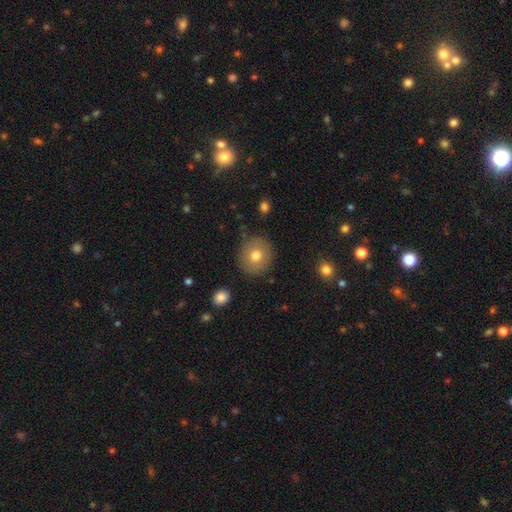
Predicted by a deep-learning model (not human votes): The model was most divided on "smooth or featured": smooth: 73%, featured or disk: 18%, star or artifact: 9%. More confident: how rounded — round (89%); merging — none (87%).